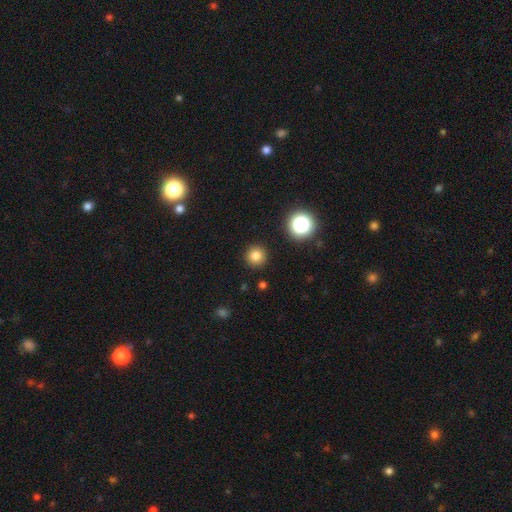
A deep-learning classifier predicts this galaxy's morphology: A smooth galaxy with no disk features (80%) that is round (95%). Merging: none (92%).